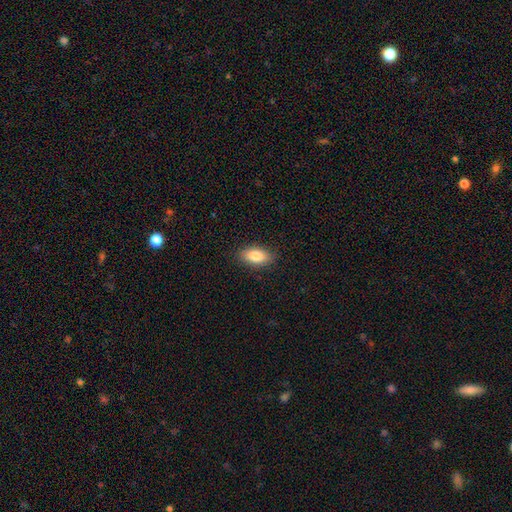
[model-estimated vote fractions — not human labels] A smooth galaxy with no disk features (82%) that is in between round and cigar-shaped (90%).

Vote fractions:
- Smooth or featured? smooth: 82% / featured or disk: 10% / star or artifact: 8%
- How rounded? in between: 90% / round: 5% / cigar-shaped: 5%
- Merging? none: 88% / minor disturbance: 9% / major disturbance: 2% / merger: 1%